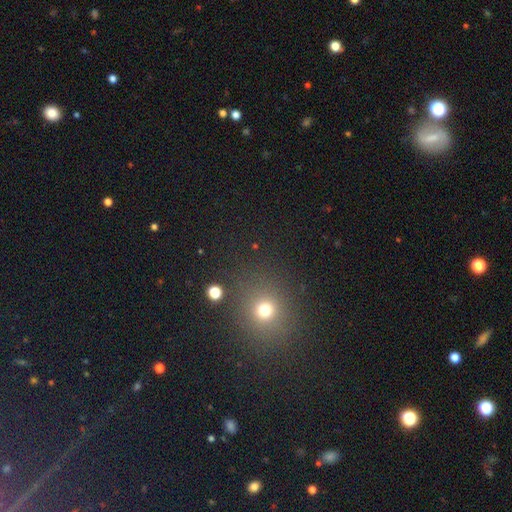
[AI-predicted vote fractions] smooth 48%, star or artifact 45%, featured or disk 7%. Down the decision tree: merging — none (89%).